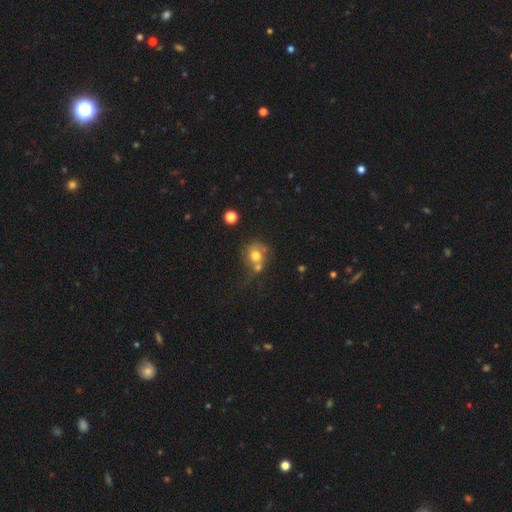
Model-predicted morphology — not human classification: This is likely a smooth galaxy (72%). How rounded: likely round (79%). Merging: marginally none (42%).